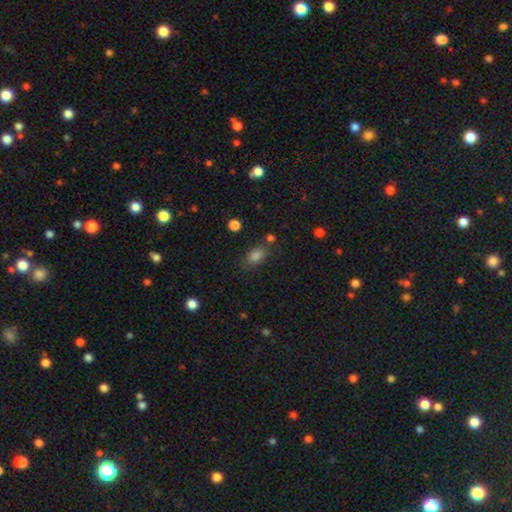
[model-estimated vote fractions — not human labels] Q: Smooth or featured?
A: smooth (80%); runner-up: star or artifact (14%)
Q: How rounded?
A: in between (82%); runner-up: round (14%)
Q: Merging?
A: none (76%); runner-up: minor disturbance (14%)